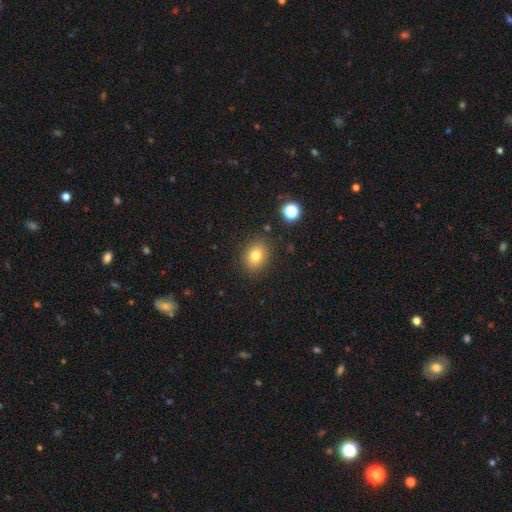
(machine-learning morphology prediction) Smooth or featured: smooth — 79% (star or artifact — 12%)
How rounded: in between — 53% (round — 46%)
Merging: none — 86% (minor disturbance — 10%)